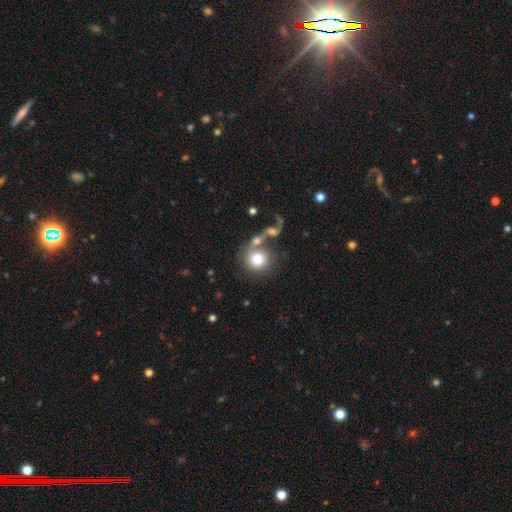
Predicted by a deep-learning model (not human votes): This appears to be a smooth galaxy with no disk features (70%) that is round (88%). Merging: none (54%).